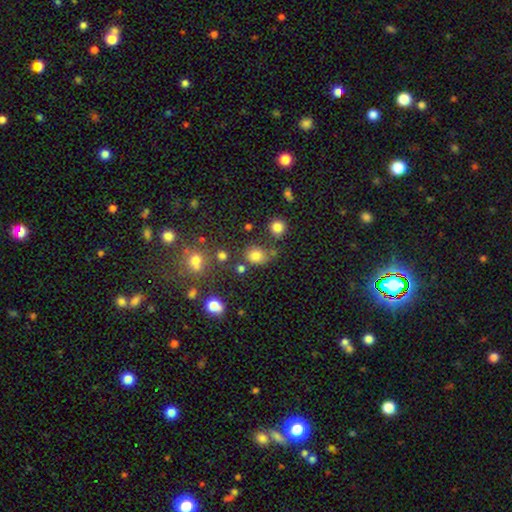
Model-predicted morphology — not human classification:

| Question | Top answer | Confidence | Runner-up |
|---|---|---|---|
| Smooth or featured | smooth | 77% | star or artifact (16%) |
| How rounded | round | 66% | in between (33%) |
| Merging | none | 68% | minor disturbance (15%) |